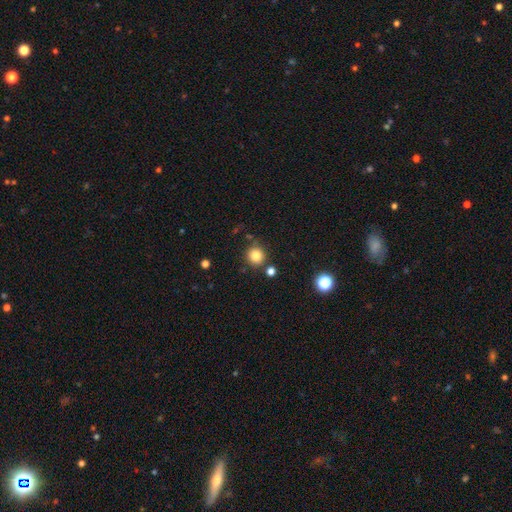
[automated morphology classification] Smooth or featured?
  - smooth: 83% *
  - star or artifact: 12%
  - featured or disk: 5%
How rounded?
  - round: 90% *
  - in between: 9%
  - cigar-shaped: 1%
Merging?
  - none: 80% *
  - minor disturbance: 10%
  - merger: 7%
  - major disturbance: 3%